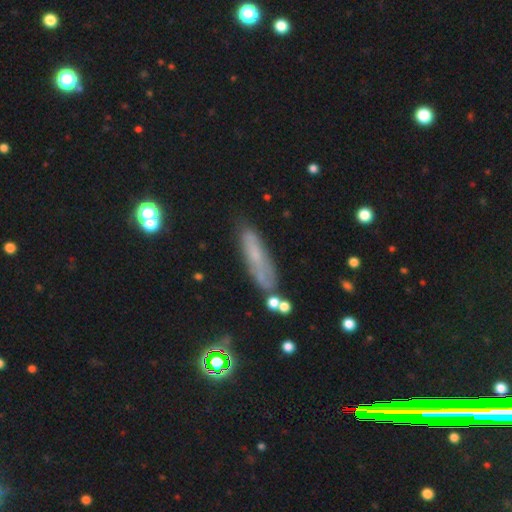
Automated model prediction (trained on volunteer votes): Smooth or featured?
  - smooth: 51% *
  - featured or disk: 32%
  - star or artifact: 17%
How rounded?
  - cigar-shaped: 72% *
  - in between: 25%
  - round: 3%
Merging?
  - none: 69% *
  - minor disturbance: 19%
  - major disturbance: 6%
  - merger: 5%